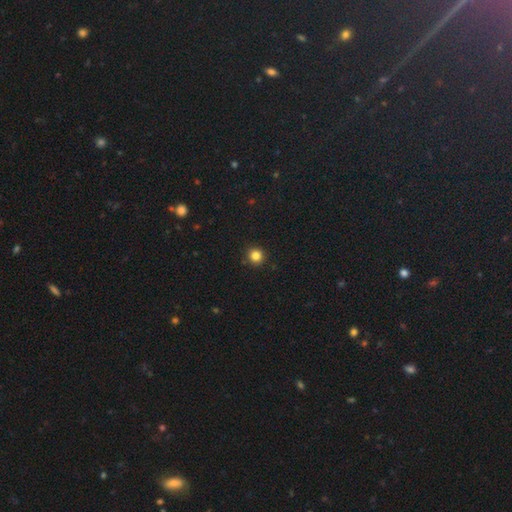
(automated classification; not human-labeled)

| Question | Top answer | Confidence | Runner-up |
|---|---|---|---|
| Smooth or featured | smooth | 83% | star or artifact (13%) |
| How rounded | round | 94% | in between (5%) |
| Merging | none | 91% | minor disturbance (6%) |